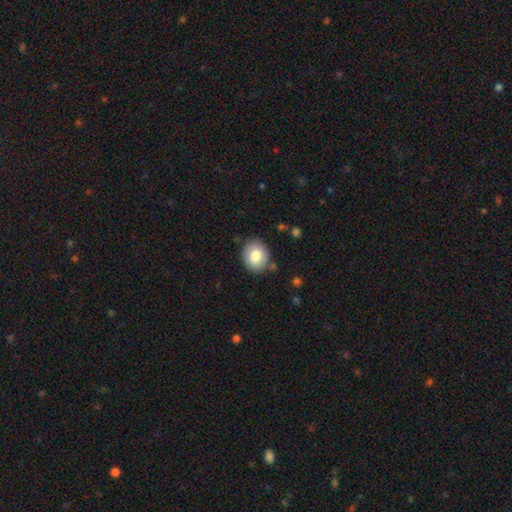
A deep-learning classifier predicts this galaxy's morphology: Smooth or featured? smooth (81%)
How rounded? round (54%)
Merging? none (84%)